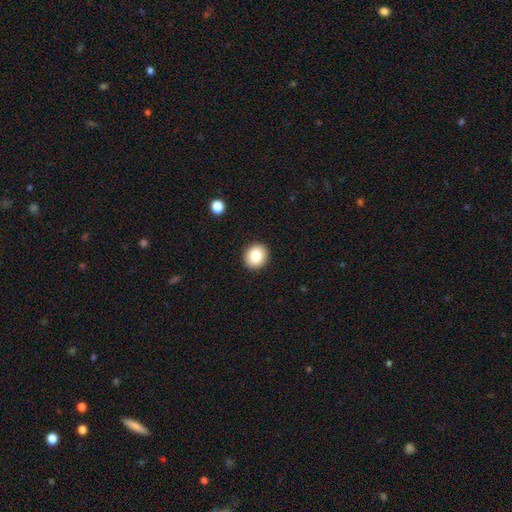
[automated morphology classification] type=smooth (82%); roundness=round (84%); merging=none (92%).